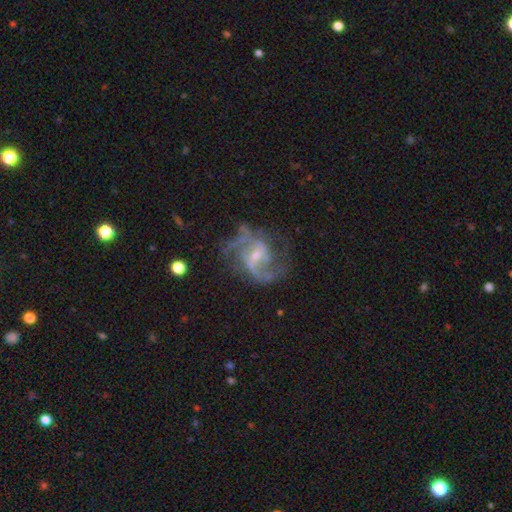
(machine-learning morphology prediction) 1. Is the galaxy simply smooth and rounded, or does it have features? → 87% featured or disk, 7% star or artifact, 6% smooth.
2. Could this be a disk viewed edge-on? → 98% no, 2% yes.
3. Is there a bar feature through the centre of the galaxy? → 54% weak, 27% no, 20% strong.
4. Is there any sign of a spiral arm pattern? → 94% yes, 6% no.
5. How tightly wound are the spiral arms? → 48% loose, 42% medium, 10% tight.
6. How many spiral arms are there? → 68% 2, 10% can't tell, 8% 3, 7% 1, 3% 4, 3% more than 4.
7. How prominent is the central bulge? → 65% small, 28% moderate, 5% none, 2% large, 1% dominant.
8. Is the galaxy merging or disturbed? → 57% none, 21% major disturbance, 19% minor disturbance, 3% merger.